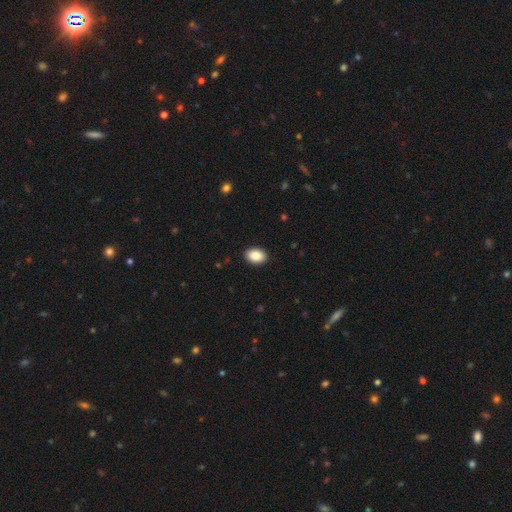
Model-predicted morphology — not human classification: smooth 90%, star or artifact 7%, featured or disk 3%. Down the decision tree: how rounded — in between (80%); merging — none (91%).